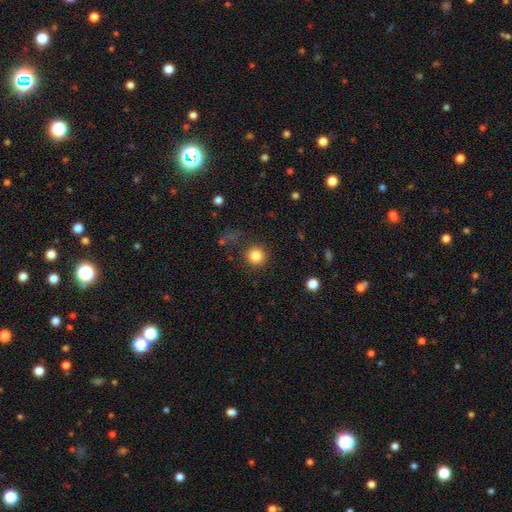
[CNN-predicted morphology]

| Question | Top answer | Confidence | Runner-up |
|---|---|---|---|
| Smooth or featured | smooth | 84% | star or artifact (11%) |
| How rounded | round | 94% | in between (5%) |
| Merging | none | 84% | minor disturbance (9%) |